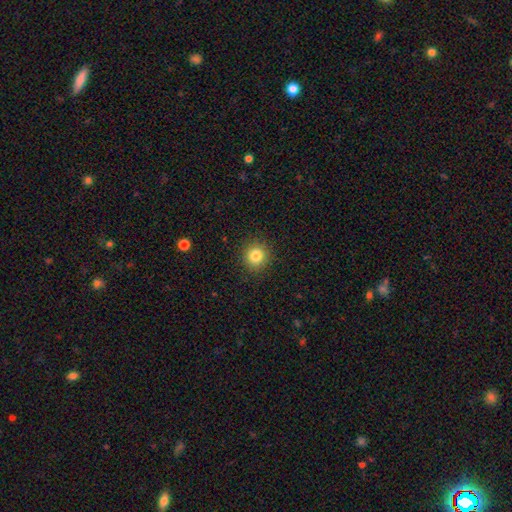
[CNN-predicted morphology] Smooth or featured: smooth — 83% (star or artifact — 12%)
How rounded: round — 92% (in between — 7%)
Merging: none — 90% (minor disturbance — 6%)